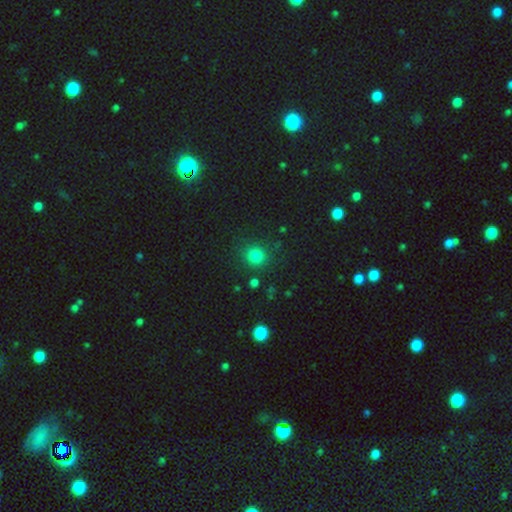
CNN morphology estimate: This appears to be a smooth galaxy with no disk features (79%) that is round (89%). Merging: none (85%).